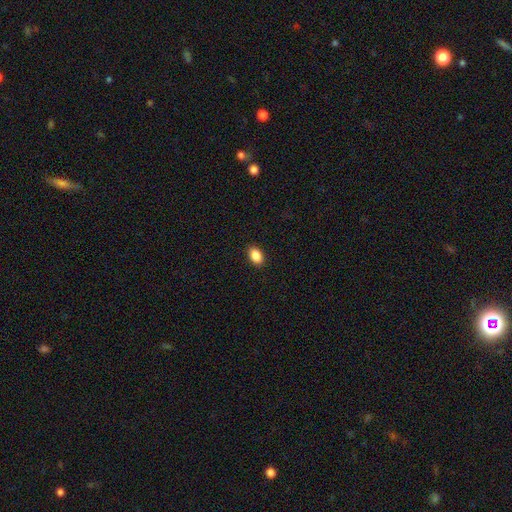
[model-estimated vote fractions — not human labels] Q: Smooth or featured?
A: smooth (89%); runner-up: star or artifact (8%)
Q: How rounded?
A: in between (88%); runner-up: round (11%)
Q: Merging?
A: none (90%); runner-up: minor disturbance (7%)